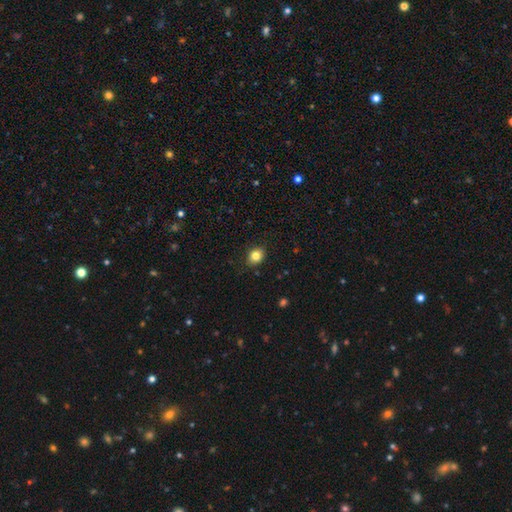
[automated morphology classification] smooth 83%, star or artifact 10%, featured or disk 7%. Down the decision tree: how rounded — round (53%); merging — none (85%).